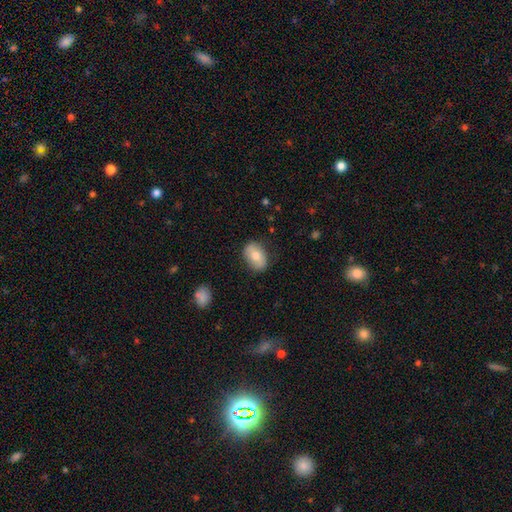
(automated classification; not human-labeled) Smooth or featured?
  - smooth: 73% *
  - featured or disk: 20%
  - star or artifact: 7%
How rounded?
  - in between: 84% *
  - round: 14%
  - cigar-shaped: 1%
Merging?
  - none: 81% *
  - minor disturbance: 14%
  - major disturbance: 3%
  - merger: 1%